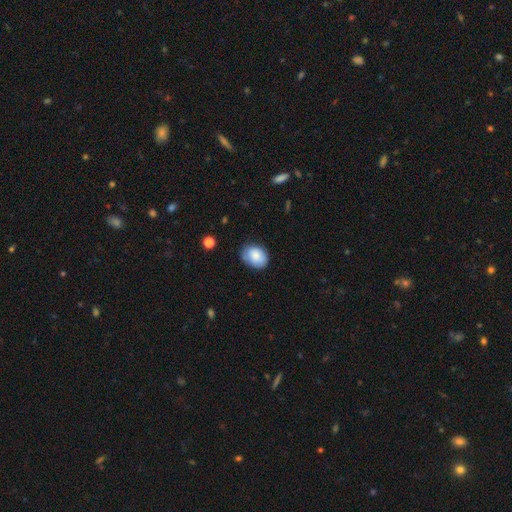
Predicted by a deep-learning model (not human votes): Smooth or featured? smooth (83%)
How rounded? in between (69%)
Merging? none (71%)